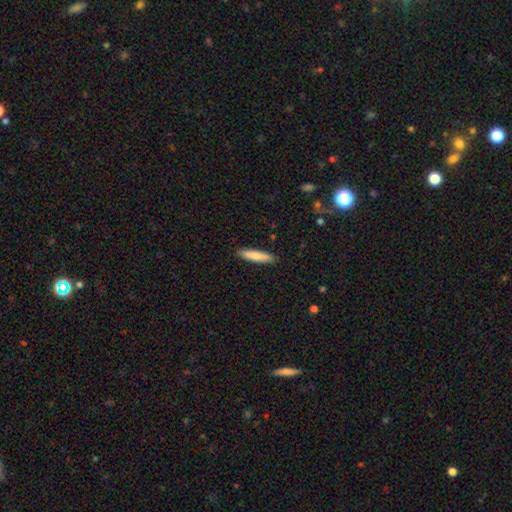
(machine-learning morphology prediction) This appears to be a smooth galaxy with no disk features (78%) that is cigar-shaped (84%). Merging: none (91%).